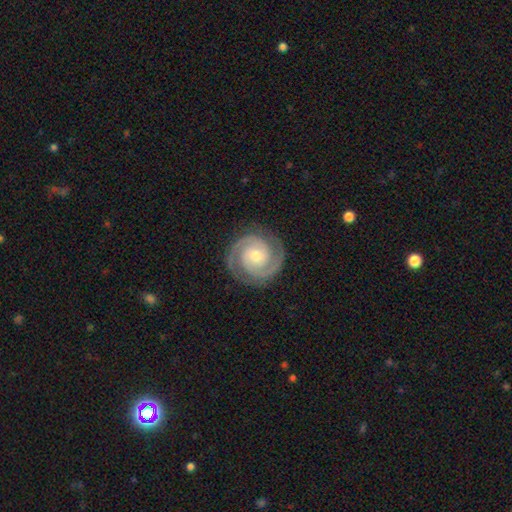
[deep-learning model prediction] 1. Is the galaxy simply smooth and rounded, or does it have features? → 92% featured or disk, 4% star or artifact, 4% smooth.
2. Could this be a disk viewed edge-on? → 98% no, 2% yes.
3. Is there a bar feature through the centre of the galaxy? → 67% no, 25% weak, 9% strong.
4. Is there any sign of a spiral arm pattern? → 99% yes, 1% no.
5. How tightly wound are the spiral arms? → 73% tight, 25% medium, 3% loose.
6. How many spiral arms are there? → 92% 2, 3% 3, 2% can't tell, 1% 1, 1% 4, 1% more than 4.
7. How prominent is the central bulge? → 51% moderate, 44% small, 2% large, 1% none, 1% dominant.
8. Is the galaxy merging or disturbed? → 88% none, 9% minor disturbance, 2% major disturbance, 1% merger.